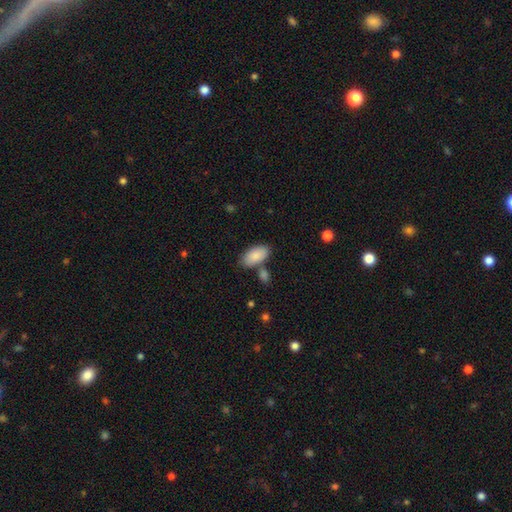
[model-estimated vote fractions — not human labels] Morphology: type=smooth (87%); roundness=in between (94%); merging=none (70%).